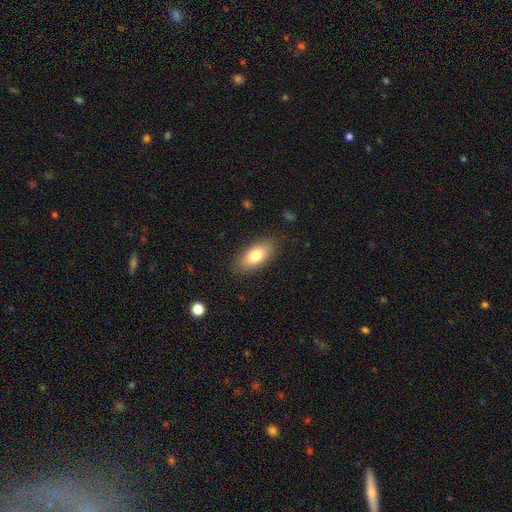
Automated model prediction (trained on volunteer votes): A smooth galaxy with no disk features (79%) that is in between round and cigar-shaped (87%).

Vote fractions:
- Smooth or featured? smooth: 79% / featured or disk: 14% / star or artifact: 7%
- How rounded? in between: 87% / cigar-shaped: 10% / round: 3%
- Merging? none: 85% / minor disturbance: 11% / major disturbance: 3% / merger: 1%